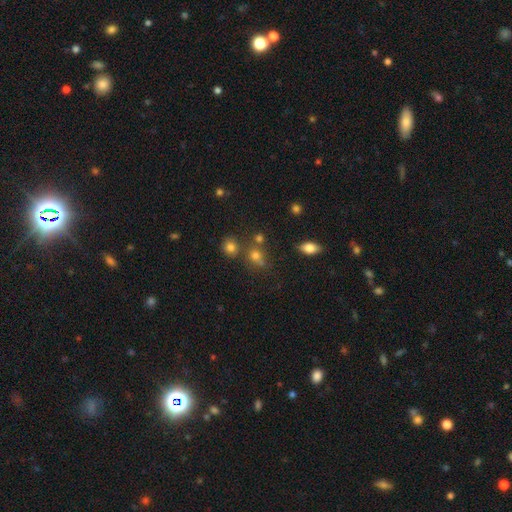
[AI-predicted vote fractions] Overall: smooth (70%). How rounded: round (71%). Merging: none (57%; merger 23%).